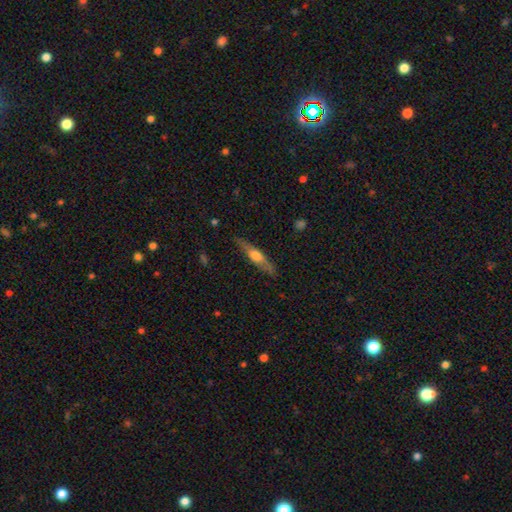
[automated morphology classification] smooth-or-featured: featured or disk: 51% | smooth: 43% | star or artifact: 6%
  disk-edge-on: yes: 91% | no: 9%
  merging: none: 85% | minor disturbance: 12% | major disturbance: 2% | merger: 1%